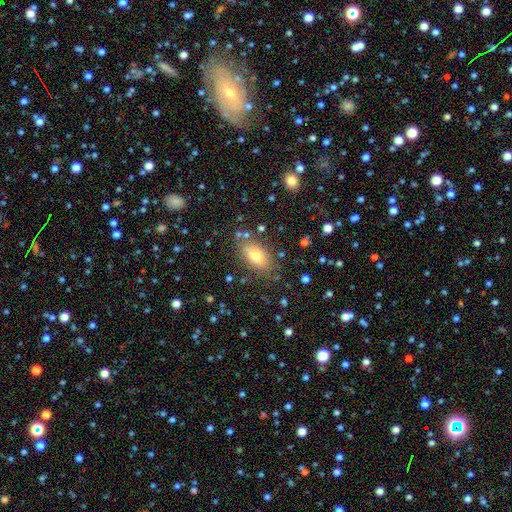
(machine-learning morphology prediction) Overall: smooth (74%). How rounded: in between (86%). Merging: none (79%).